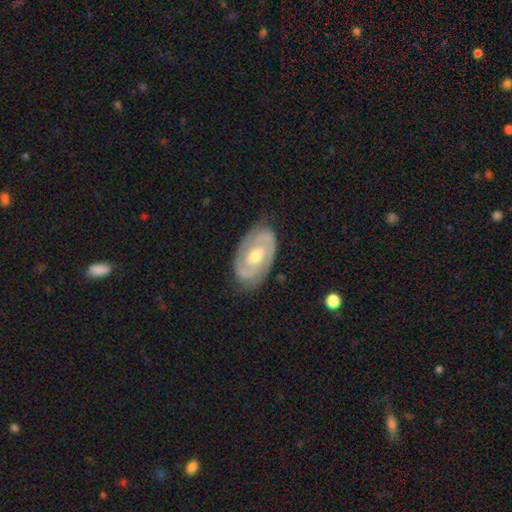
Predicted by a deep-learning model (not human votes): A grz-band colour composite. It shows a featured or disk galaxy (85%) with no bar (46%), 2 (87%) tight (60%) spiral arms (91%) and a moderate central bulge (72%). Merging: none (82%).